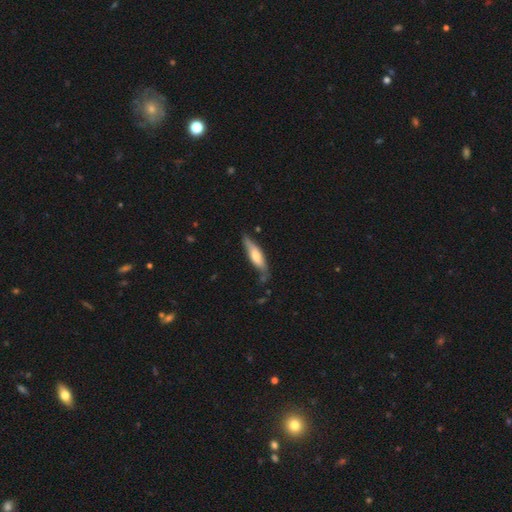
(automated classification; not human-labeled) Smooth or featured? smooth (55%)
How rounded? cigar-shaped (71%)
Merging? none (70%)